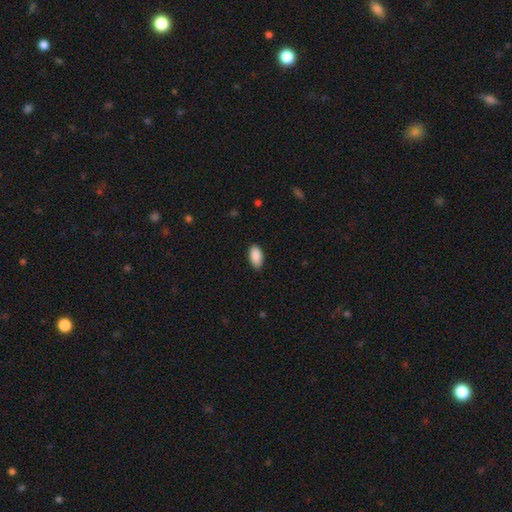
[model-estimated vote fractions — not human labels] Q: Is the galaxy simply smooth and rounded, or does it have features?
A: smooth — 90%.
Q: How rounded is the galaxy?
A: in between — 94%.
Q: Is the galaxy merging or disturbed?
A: none — 82%.